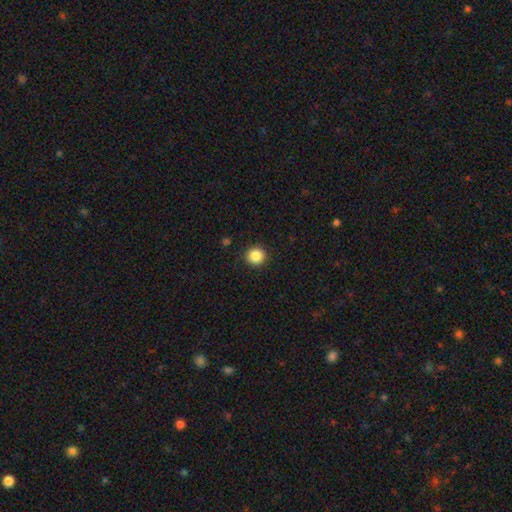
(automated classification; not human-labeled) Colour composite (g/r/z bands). It shows a smooth galaxy with no disk features (87%) that is round (94%). Merging: none (92%).